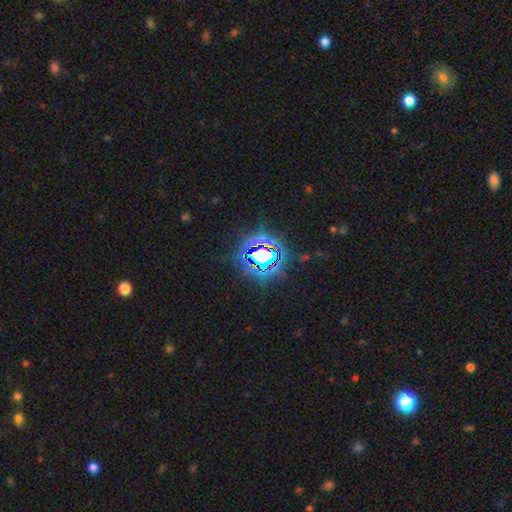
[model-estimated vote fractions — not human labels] Smooth or featured: star or artifact — 81% (smooth — 12%)